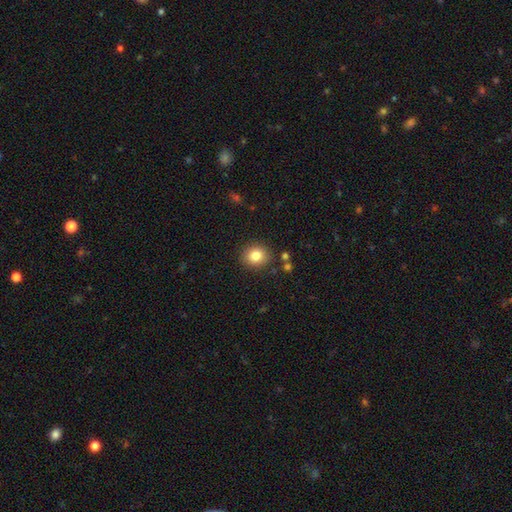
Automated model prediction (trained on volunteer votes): Smooth or featured: smooth — 83% (star or artifact — 10%)
How rounded: round — 75% (in between — 25%)
Merging: none — 87% (minor disturbance — 8%)